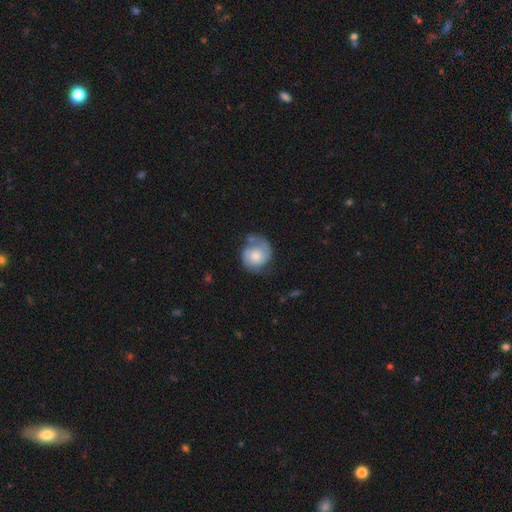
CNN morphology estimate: type=featured or disk (55%); edge-on=no (98%); bar=no (76%); spiral arms=yes (84%); bulge=moderate (50%); merging=none (52%).